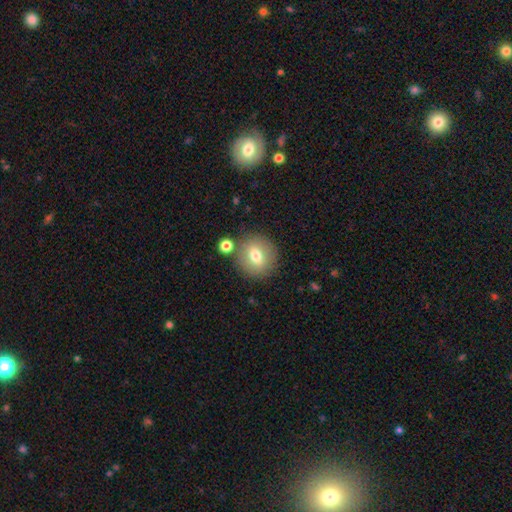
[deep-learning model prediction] A smooth galaxy with no disk features (69%) that is round (82%).

Vote fractions:
- Smooth or featured? smooth: 69% / featured or disk: 22% / star or artifact: 9%
- How rounded? round: 82% / in between: 17% / cigar-shaped: 1%
- Merging? none: 80% / minor disturbance: 10% / merger: 7% / major disturbance: 3%